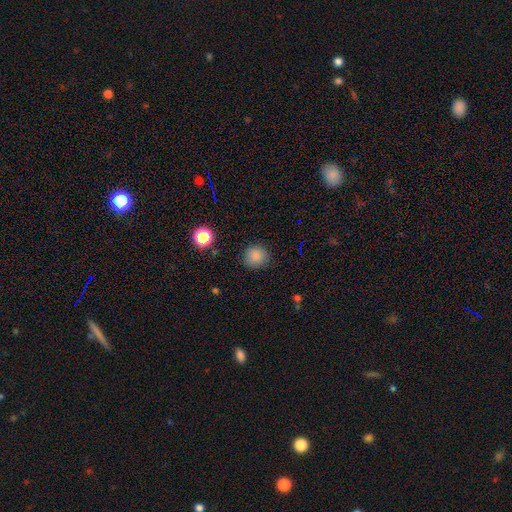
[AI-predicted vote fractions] smooth-or-featured: smooth: 85% | star or artifact: 11% | featured or disk: 4%
  how-rounded: round: 87% | in between: 12% | cigar-shaped: 1%
  merging: none: 86% | minor disturbance: 10% | major disturbance: 3% | merger: 1%